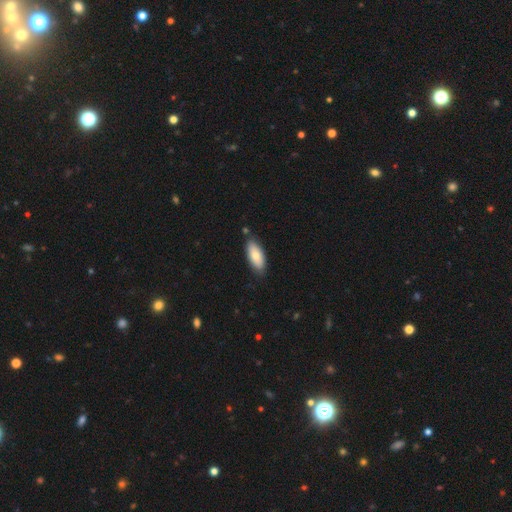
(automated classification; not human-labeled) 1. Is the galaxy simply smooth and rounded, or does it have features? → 76% smooth, 18% featured or disk, 6% star or artifact.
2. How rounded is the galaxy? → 85% in between, 13% cigar-shaped, 2% round.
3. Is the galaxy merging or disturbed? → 80% none, 14% minor disturbance, 3% merger, 2% major disturbance.